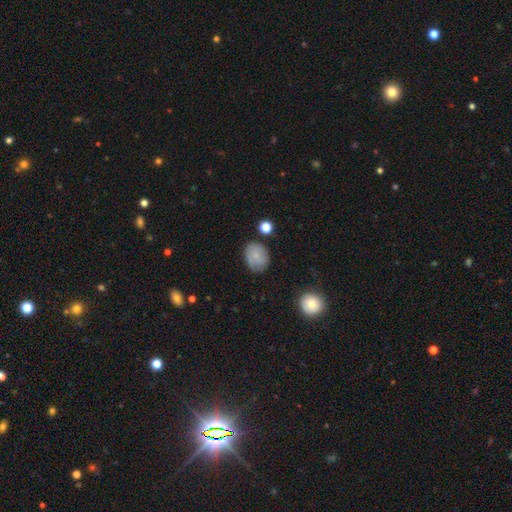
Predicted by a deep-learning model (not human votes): smooth-or-featured: smooth: 74% | featured or disk: 17% | star or artifact: 9%
  how-rounded: round: 53% | in between: 46% | cigar-shaped: 1%
  merging: none: 75% | minor disturbance: 18% | major disturbance: 5% | merger: 3%